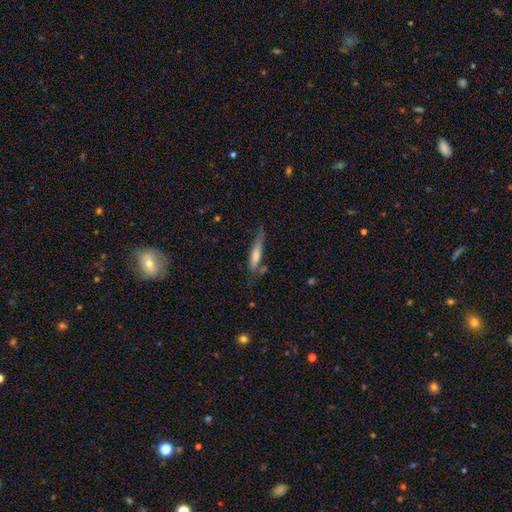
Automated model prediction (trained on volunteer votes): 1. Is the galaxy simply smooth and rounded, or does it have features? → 55% smooth, 37% featured or disk, 7% star or artifact.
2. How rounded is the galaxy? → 84% cigar-shaped, 14% in between, 2% round.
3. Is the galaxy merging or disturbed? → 62% none, 24% minor disturbance, 7% major disturbance, 7% merger.